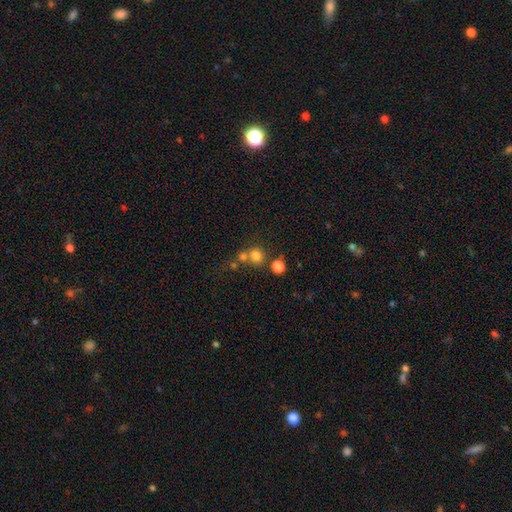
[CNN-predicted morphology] This is likely a smooth galaxy (75%). How rounded: clearly round (83%). Merging: possibly none (55%).